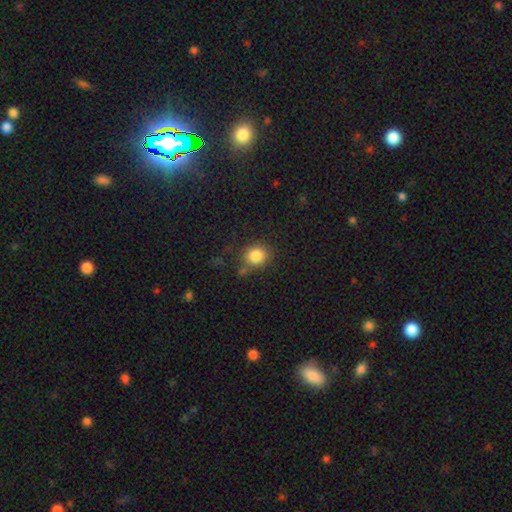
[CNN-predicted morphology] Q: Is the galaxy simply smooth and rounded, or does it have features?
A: smooth — 85%.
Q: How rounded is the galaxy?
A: round — 76%.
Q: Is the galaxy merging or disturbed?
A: none — 73%.